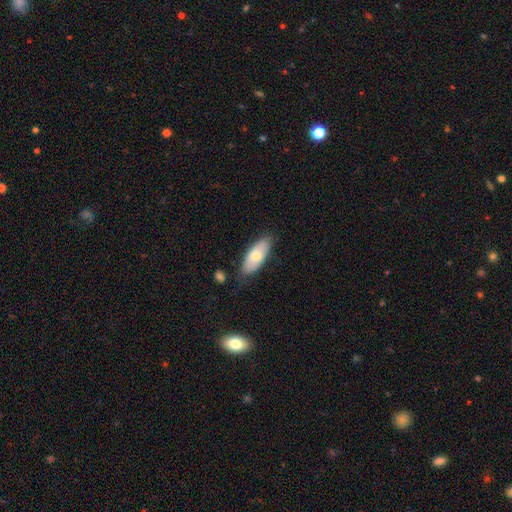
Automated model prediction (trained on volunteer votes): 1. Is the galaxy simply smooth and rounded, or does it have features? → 66% smooth, 28% featured or disk, 6% star or artifact.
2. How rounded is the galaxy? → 81% in between, 16% cigar-shaped, 2% round.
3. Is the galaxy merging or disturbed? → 78% none, 16% minor disturbance, 3% major disturbance, 3% merger.